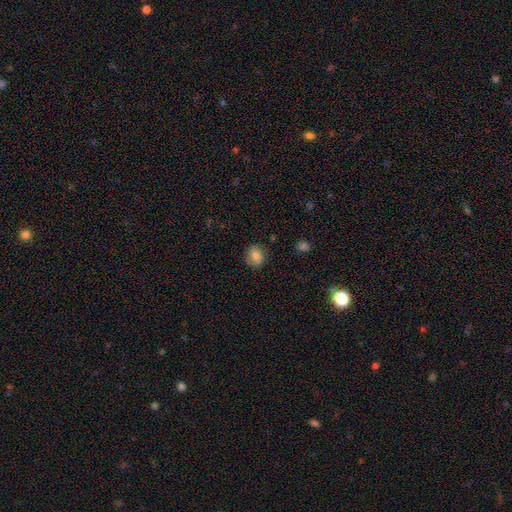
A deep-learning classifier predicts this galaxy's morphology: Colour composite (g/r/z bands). It shows a smooth galaxy with no disk features (80%) that is round (68%). Merging: none (82%).